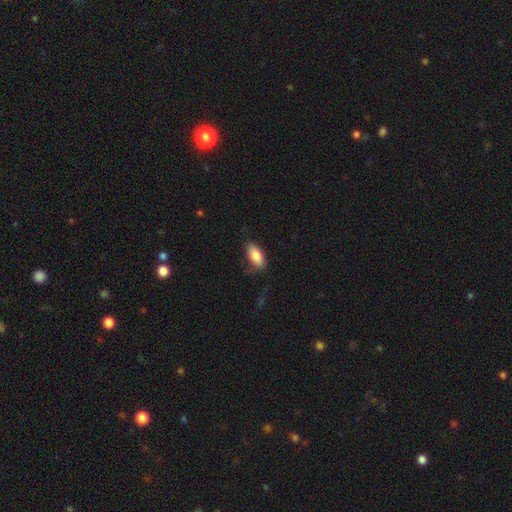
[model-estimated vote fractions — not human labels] A smooth galaxy with no disk features (83%) that is in between round and cigar-shaped (89%). Merging: none (72%).